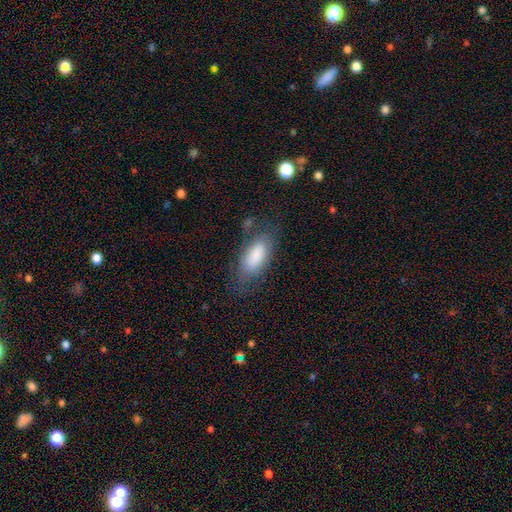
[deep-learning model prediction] Smooth or featured: smooth — 76% (featured or disk — 17%)
How rounded: in between — 90% (cigar-shaped — 8%)
Merging: none — 66% (minor disturbance — 21%)